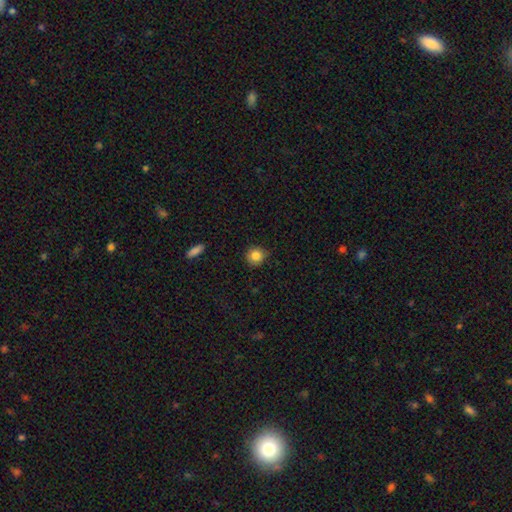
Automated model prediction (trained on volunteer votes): A smooth galaxy with no disk features (84%) that is round (91%).

Vote fractions:
- Smooth or featured? smooth: 84% / star or artifact: 10% / featured or disk: 6%
- How rounded? round: 91% / in between: 8% / cigar-shaped: 1%
- Merging? none: 85% / minor disturbance: 12% / major disturbance: 2% / merger: 1%